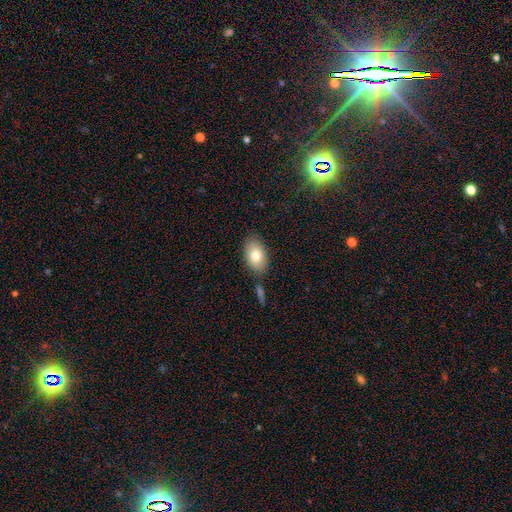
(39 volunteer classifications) A smooth galaxy with no disk features (79%) that is in between round and cigar-shaped (94%).

Vote fractions:
- Smooth or featured? smooth: 79% / featured or disk: 15% / star or artifact: 5%
- How rounded? in between: 94% / round: 3% / cigar-shaped: 3%
- Merging? none: 76% / minor disturbance: 16% / merger: 5% / major disturbance: 3%